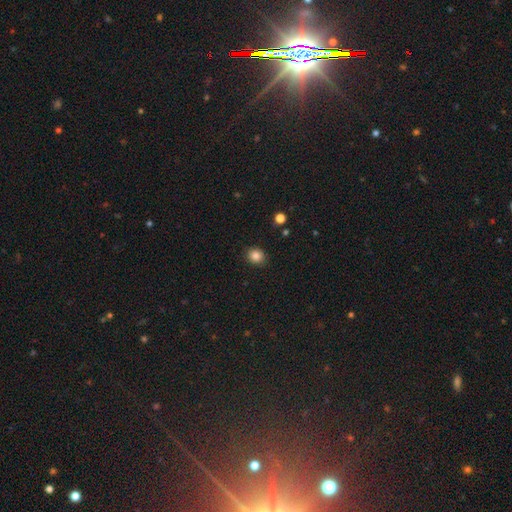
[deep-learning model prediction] The model was most divided on "how rounded": round: 77%, in between: 23%, cigar-shaped: 1%. More confident: merging — none (89%); smooth or featured — smooth (85%).